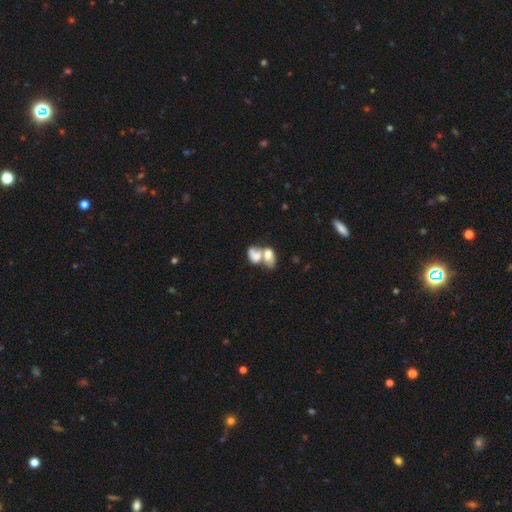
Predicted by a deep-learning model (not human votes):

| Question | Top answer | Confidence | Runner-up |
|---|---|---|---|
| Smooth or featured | smooth | 62% | featured or disk (29%) |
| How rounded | in between | 82% | round (16%) |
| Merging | merger | 75% | none (12%) |